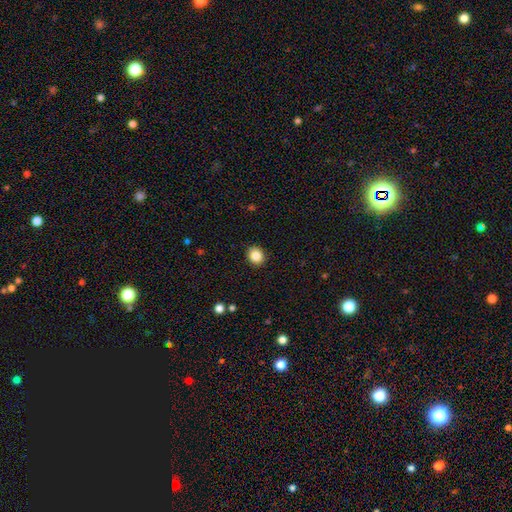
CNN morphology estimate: Smooth or featured?
  - smooth: 85% *
  - star or artifact: 10%
  - featured or disk: 5%
How rounded?
  - round: 75% *
  - in between: 24%
  - cigar-shaped: 1%
Merging?
  - none: 92% *
  - minor disturbance: 6%
  - major disturbance: 2%
  - merger: 1%